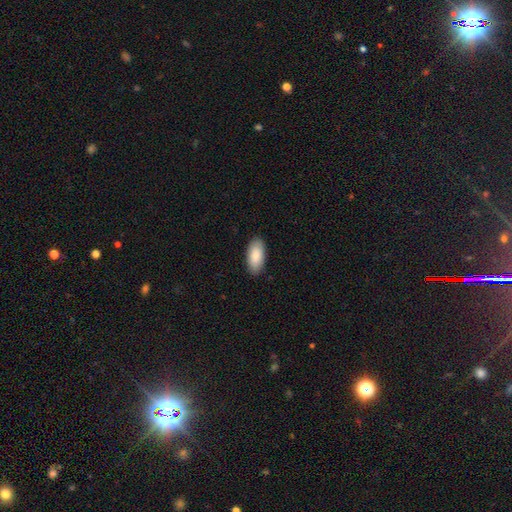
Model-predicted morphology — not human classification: type=smooth (88%); roundness=in between (94%); merging=none (89%).